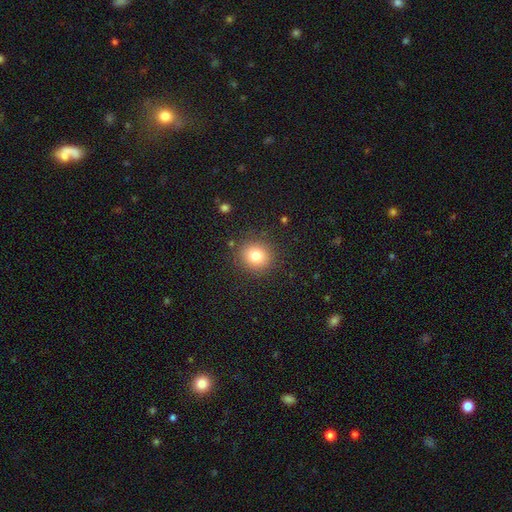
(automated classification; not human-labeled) Morphology: type=smooth (78%); roundness=round (86%); merging=none (87%).